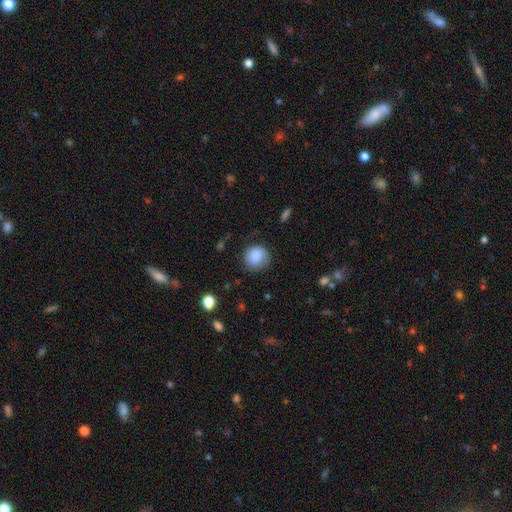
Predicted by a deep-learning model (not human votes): A smooth galaxy with no disk features (87%) that is round (89%). Merging: none (76%).